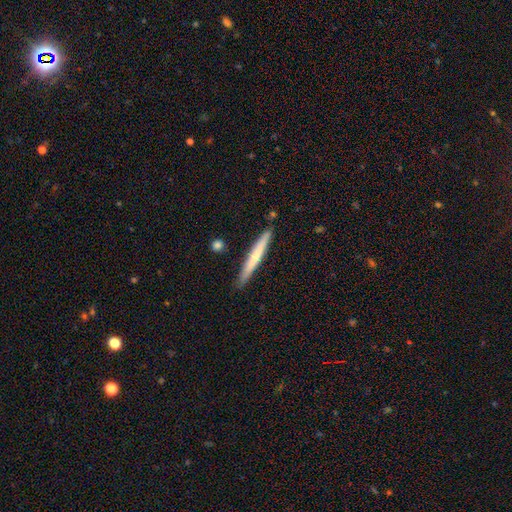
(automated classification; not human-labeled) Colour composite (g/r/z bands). It shows a smooth galaxy with no disk features (58%) that is cigar-shaped (97%). Merging: none (88%).